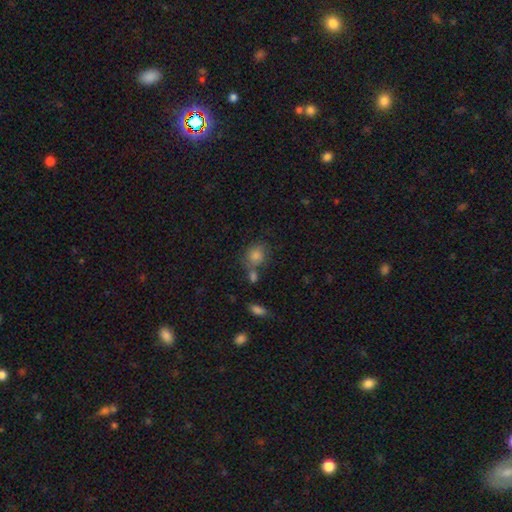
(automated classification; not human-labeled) Q: Smooth or featured?
A: smooth (79%); runner-up: star or artifact (12%)
Q: How rounded?
A: round (70%); runner-up: in between (28%)
Q: Merging?
A: none (61%); runner-up: merger (20%)